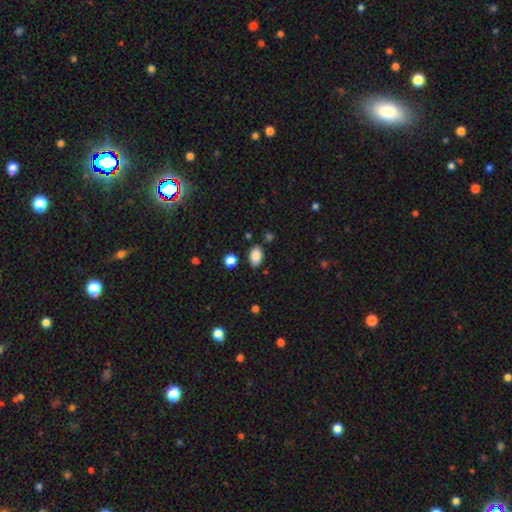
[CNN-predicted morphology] A smooth galaxy with no disk features (87%) that is in between round and cigar-shaped (88%). Merging: none (83%).